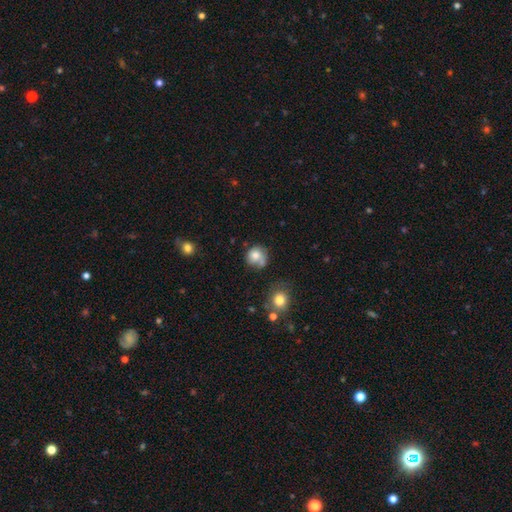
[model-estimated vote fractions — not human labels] Overall: smooth (70%). How rounded: round (79%). Merging: none (47%; minor disturbance 25%).